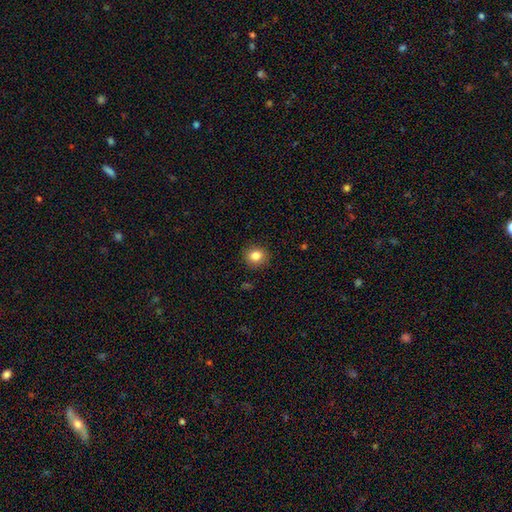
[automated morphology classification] A smooth galaxy with no disk features (83%) that is round (82%).

Vote fractions:
- Smooth or featured? smooth: 83% / star or artifact: 11% / featured or disk: 6%
- How rounded? round: 82% / in between: 17% / cigar-shaped: 1%
- Merging? none: 90% / minor disturbance: 7% / major disturbance: 2% / merger: 1%